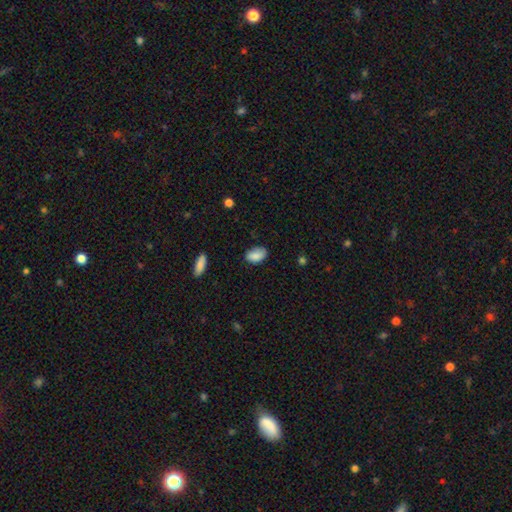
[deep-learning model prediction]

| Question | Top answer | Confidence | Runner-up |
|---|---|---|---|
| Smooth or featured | smooth | 87% | star or artifact (7%) |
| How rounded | in between | 92% | round (7%) |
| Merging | none | 75% | minor disturbance (20%) |